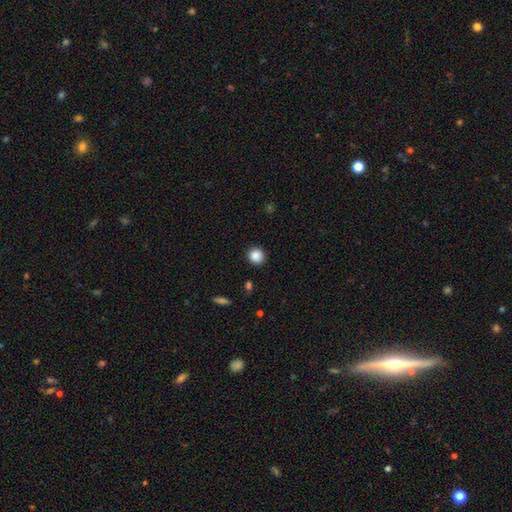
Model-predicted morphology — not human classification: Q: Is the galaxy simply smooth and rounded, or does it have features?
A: smooth — 87%.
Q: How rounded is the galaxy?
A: round — 88%.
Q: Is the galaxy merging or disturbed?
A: none — 90%.